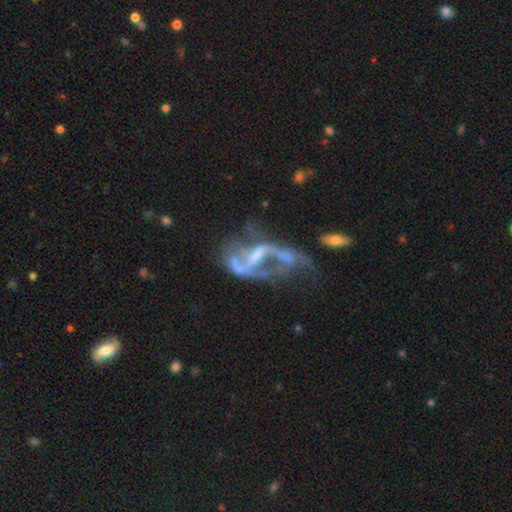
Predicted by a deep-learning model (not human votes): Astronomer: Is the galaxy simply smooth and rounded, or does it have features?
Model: featured or disk — 79%.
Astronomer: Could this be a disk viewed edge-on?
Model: no — 95%.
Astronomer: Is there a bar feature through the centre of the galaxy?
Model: no — 37% (runner-up: weak, 35%).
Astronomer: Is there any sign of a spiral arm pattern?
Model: yes — 59% (runner-up: no, 41%).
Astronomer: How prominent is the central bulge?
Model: none — 36% (runner-up: small, 34%).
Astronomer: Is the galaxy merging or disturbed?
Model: major disturbance — 42% (runner-up: merger, 24%).